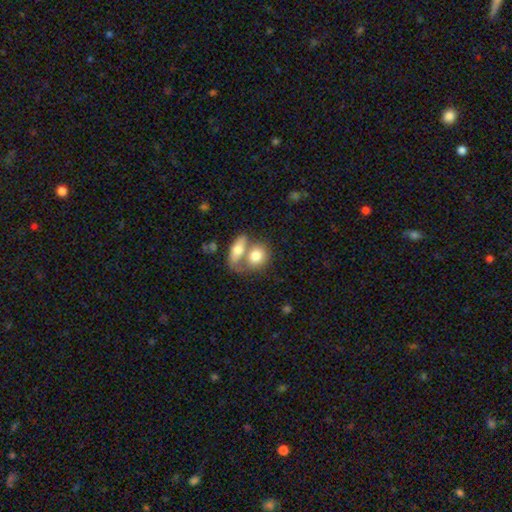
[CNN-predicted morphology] This appears to be a smooth galaxy with no disk features (75%) that is in between round and cigar-shaped (60%). Merging: merger (60%).